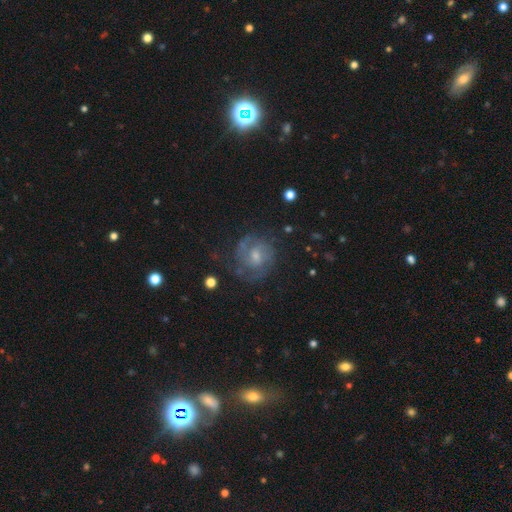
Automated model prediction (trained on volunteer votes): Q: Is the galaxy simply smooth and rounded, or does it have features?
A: featured or disk — 71%.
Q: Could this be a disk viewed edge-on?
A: no — 97%.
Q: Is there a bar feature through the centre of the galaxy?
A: no — 50%.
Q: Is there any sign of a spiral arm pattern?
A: yes — 91%.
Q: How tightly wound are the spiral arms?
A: tight — 49%.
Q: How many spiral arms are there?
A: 2 — 46%.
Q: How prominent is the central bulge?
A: moderate — 45%.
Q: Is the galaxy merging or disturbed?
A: none — 71%.